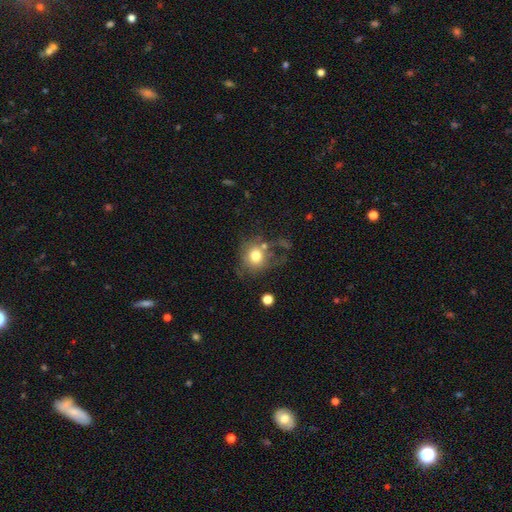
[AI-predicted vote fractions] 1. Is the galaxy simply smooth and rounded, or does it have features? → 69% smooth, 20% featured or disk, 11% star or artifact.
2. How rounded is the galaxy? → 75% round, 24% in between, 1% cigar-shaped.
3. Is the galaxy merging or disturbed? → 41% none, 28% major disturbance, 21% minor disturbance, 10% merger.